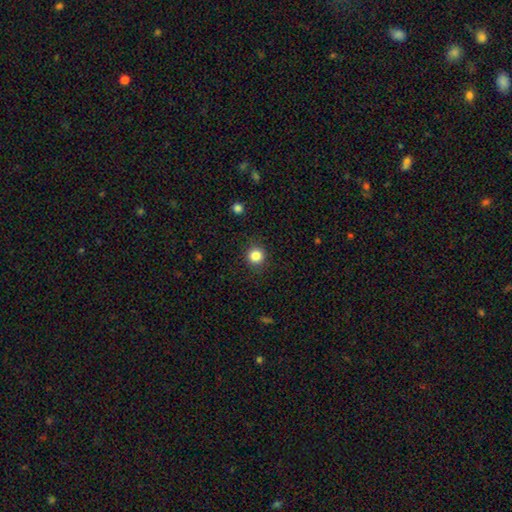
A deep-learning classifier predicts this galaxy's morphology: smooth 84%, star or artifact 12%, featured or disk 5%. Down the decision tree: how rounded — round (93%); merging — none (90%).